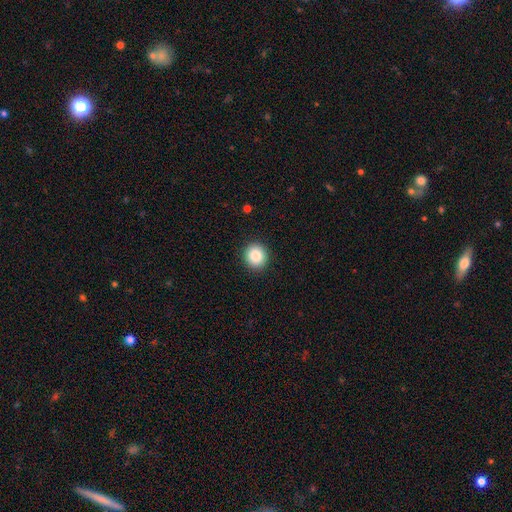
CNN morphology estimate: smooth 87%, star or artifact 9%, featured or disk 5%. Down the decision tree: how rounded — round (85%); merging — none (91%).